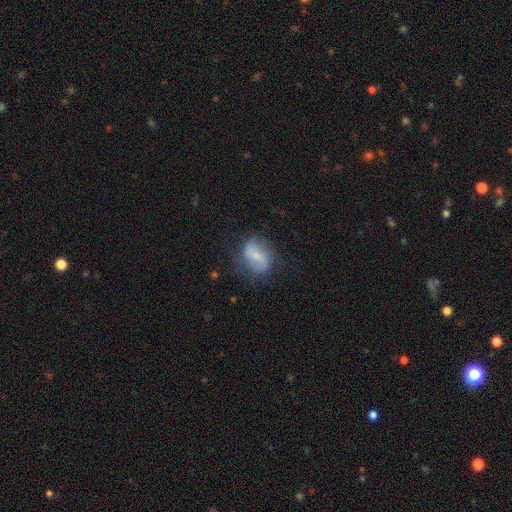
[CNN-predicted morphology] The model was most divided on "smooth or featured": featured or disk: 47%, smooth: 44%, star or artifact: 9%. More confident: merging — none (64%).